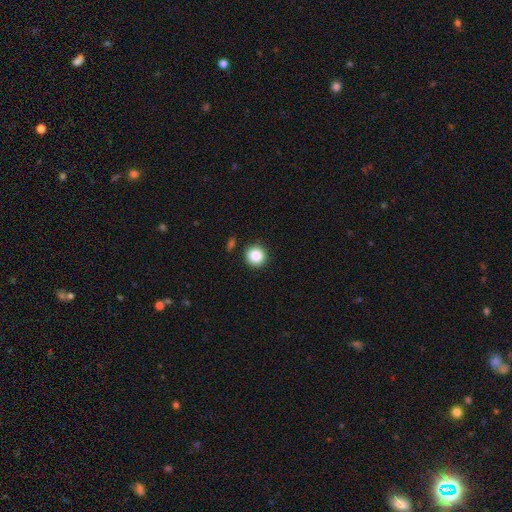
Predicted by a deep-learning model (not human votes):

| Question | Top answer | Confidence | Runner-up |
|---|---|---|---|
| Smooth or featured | smooth | 86% | star or artifact (10%) |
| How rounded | round | 95% | in between (5%) |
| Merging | none | 89% | minor disturbance (7%) |